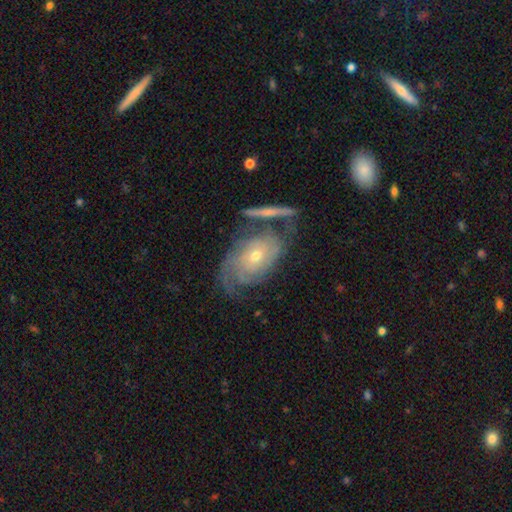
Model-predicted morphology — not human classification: type=featured or disk (82%); edge-on=no (94%); bar=no (75%); spiral arms=yes (93%); winding=tight (63%); arm count=2 (36%); bulge=small (59%); merging=none (57%).